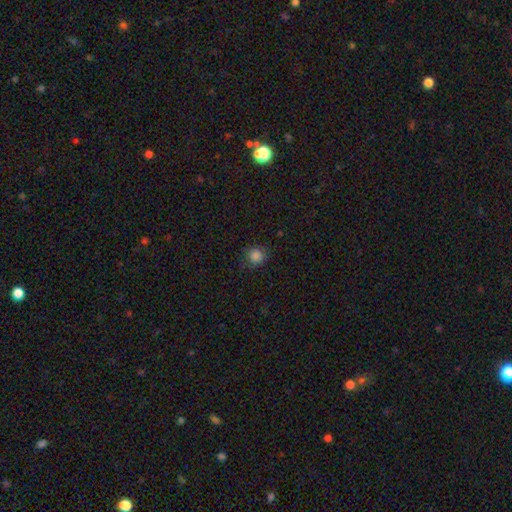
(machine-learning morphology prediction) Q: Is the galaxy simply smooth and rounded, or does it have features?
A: smooth — 84%.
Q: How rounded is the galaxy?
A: round — 86%.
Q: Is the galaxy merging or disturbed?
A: none — 79%.